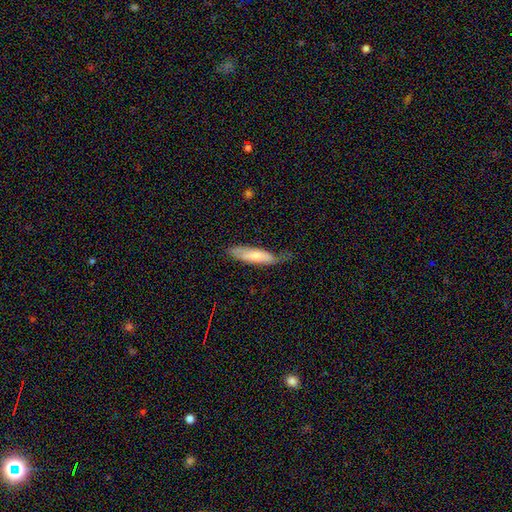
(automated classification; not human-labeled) smooth-or-featured: smooth: 62% | featured or disk: 32% | star or artifact: 6%
  how-rounded: cigar-shaped: 64% | in between: 35% | round: 2%
  merging: none: 48% | minor disturbance: 35% | major disturbance: 15% | merger: 2%